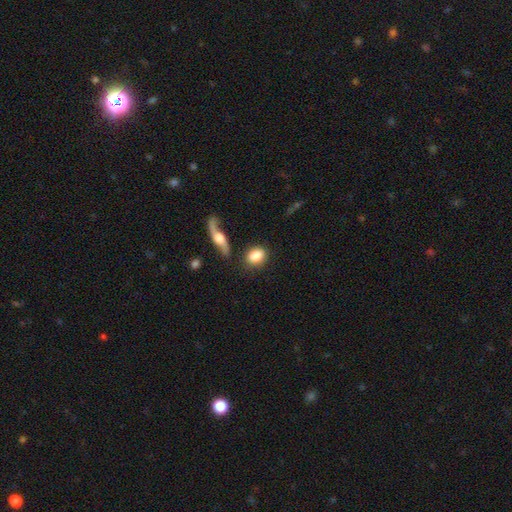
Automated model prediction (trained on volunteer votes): This appears to be a smooth galaxy with no disk features (82%) that is in between round and cigar-shaped (61%). Merging: none (75%).